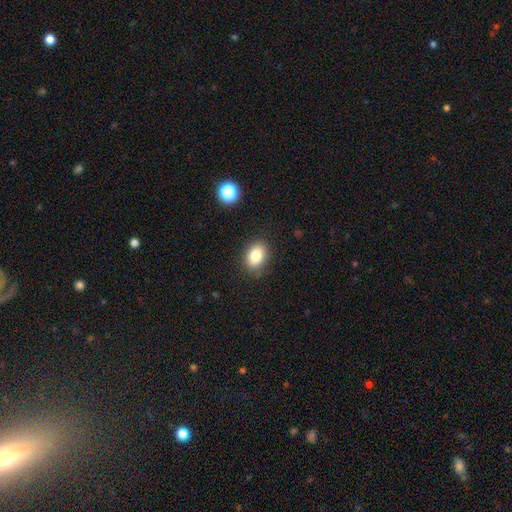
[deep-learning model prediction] smooth-or-featured: smooth: 83% | star or artifact: 9% | featured or disk: 8%
  how-rounded: in between: 78% | round: 20% | cigar-shaped: 1%
  merging: none: 86% | minor disturbance: 10% | major disturbance: 3% | merger: 1%